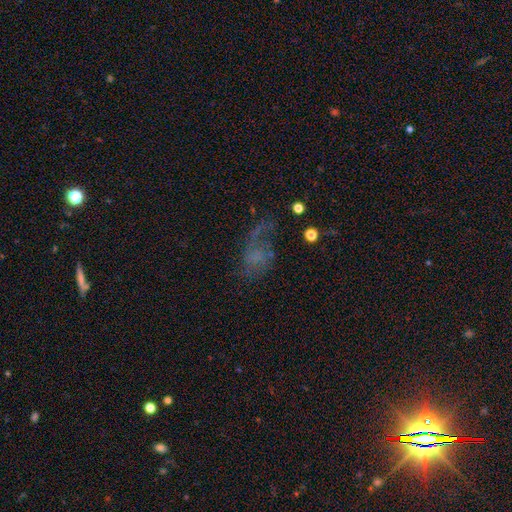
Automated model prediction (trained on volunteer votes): Morphology: type=featured or disk (51%); edge-on=no (96%); merging=major disturbance (39%).